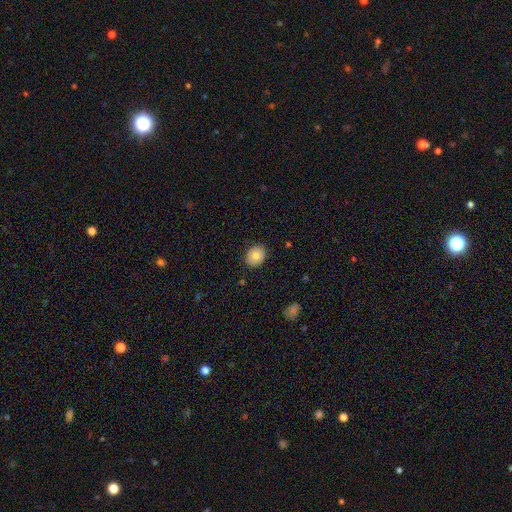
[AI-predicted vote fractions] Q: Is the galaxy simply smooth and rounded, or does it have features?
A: smooth — 78%.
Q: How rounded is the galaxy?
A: round — 59%.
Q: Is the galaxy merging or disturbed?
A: none — 86%.